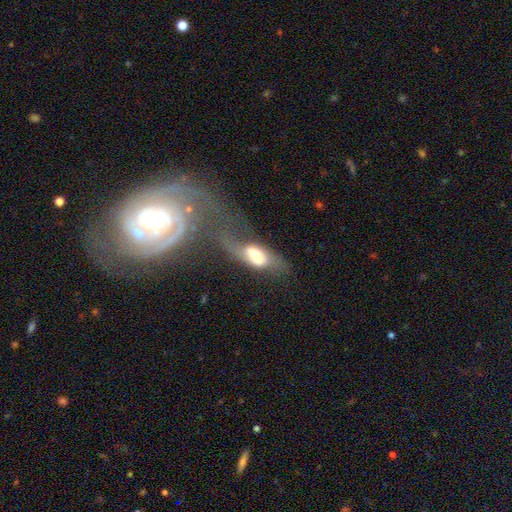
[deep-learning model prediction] Q: Smooth or featured?
A: smooth (50%); runner-up: featured or disk (42%)
Q: Merging?
A: major disturbance (41%); runner-up: none (24%)